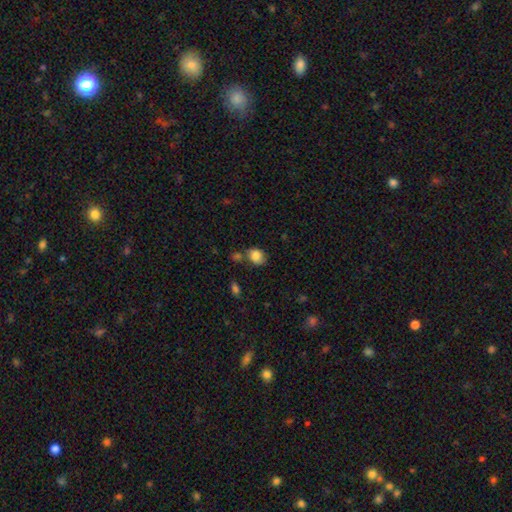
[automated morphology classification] Smooth or featured? Predicted: smooth (p=0.83). How rounded? Predicted: in between (p=0.59). Merging? Predicted: none (p=0.59).